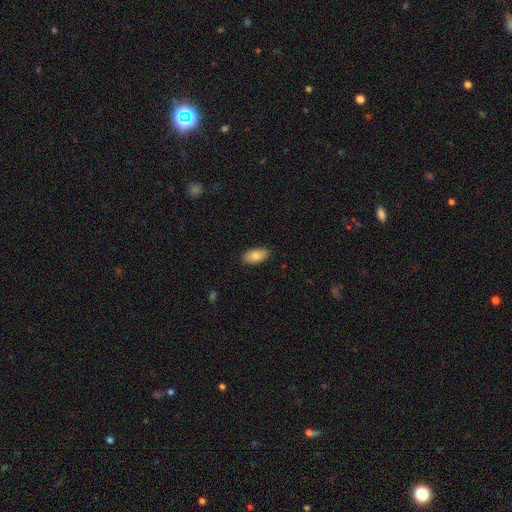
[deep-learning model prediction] A smooth galaxy with no disk features (82%) that is in between round and cigar-shaped (93%). Merging: none (86%).